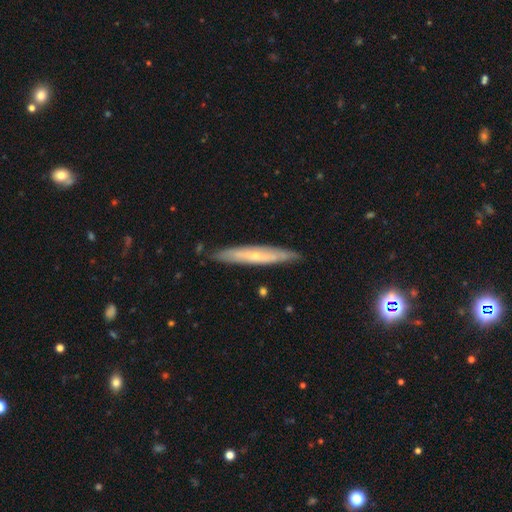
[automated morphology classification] Smooth or featured?
  - featured or disk: 62% *
  - smooth: 32%
  - star or artifact: 6%
Edge-on disk?
  - yes: 74% *
  - no: 26%
Merging?
  - none: 85% *
  - minor disturbance: 12%
  - major disturbance: 2%
  - merger: 1%